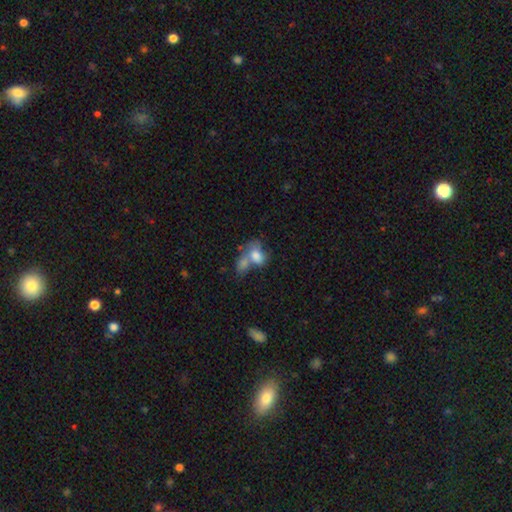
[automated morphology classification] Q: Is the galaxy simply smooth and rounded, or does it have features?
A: smooth — 73%.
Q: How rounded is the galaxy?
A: in between — 72%.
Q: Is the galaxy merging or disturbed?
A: merger — 64%.